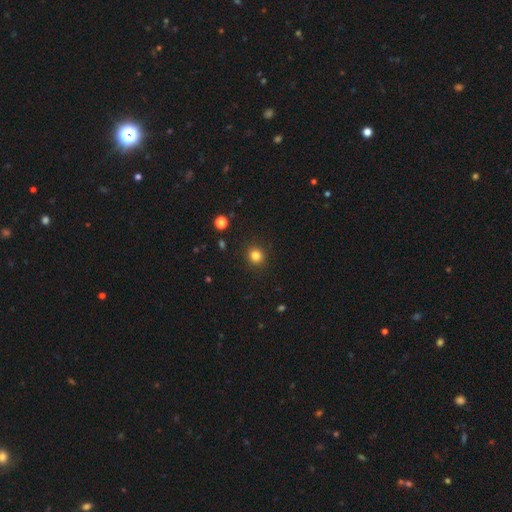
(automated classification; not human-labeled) smooth_or_featured: smooth (p=0.83) [alt: star or artifact p=0.13]
how_rounded: round (p=0.89) [alt: in between p=0.10]
merging: none (p=0.91) [alt: minor disturbance p=0.06]